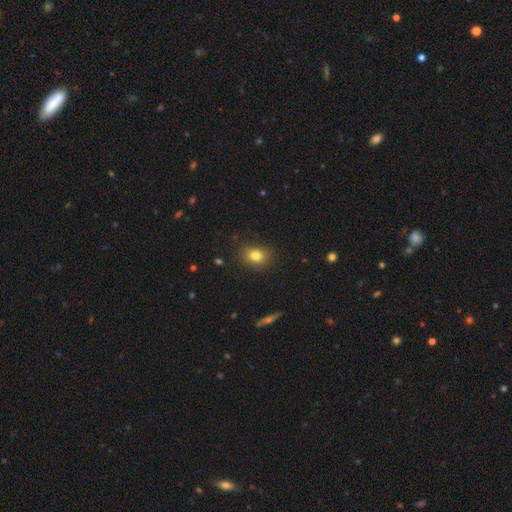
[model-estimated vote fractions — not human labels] smooth_or_featured: smooth (p=0.80) [alt: star or artifact p=0.11]
how_rounded: in between (p=0.53) [alt: round p=0.46]
merging: none (p=0.83) [alt: minor disturbance p=0.12]